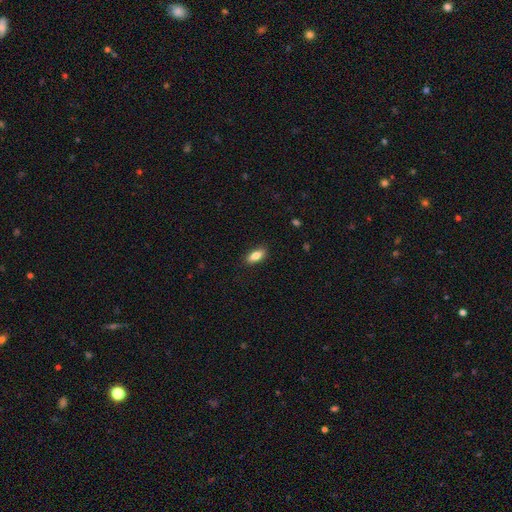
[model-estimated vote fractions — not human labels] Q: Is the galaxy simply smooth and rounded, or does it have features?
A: smooth — 81%.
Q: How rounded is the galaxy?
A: in between — 81%.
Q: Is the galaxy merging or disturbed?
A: none — 87%.